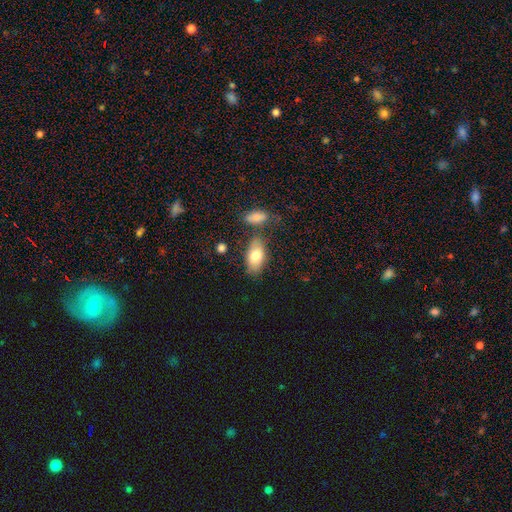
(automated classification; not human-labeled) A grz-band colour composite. It shows a smooth galaxy with no disk features (77%) that is in between round and cigar-shaped (91%). Merging: none (72%).